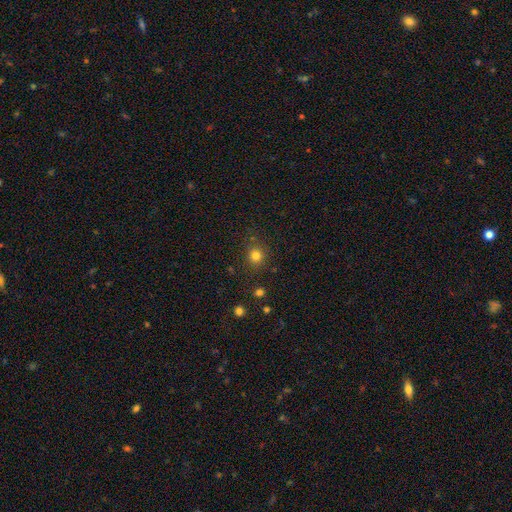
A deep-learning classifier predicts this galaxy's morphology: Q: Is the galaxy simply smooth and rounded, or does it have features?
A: smooth — 81%.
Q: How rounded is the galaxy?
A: round — 87%.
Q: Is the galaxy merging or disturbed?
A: none — 85%.